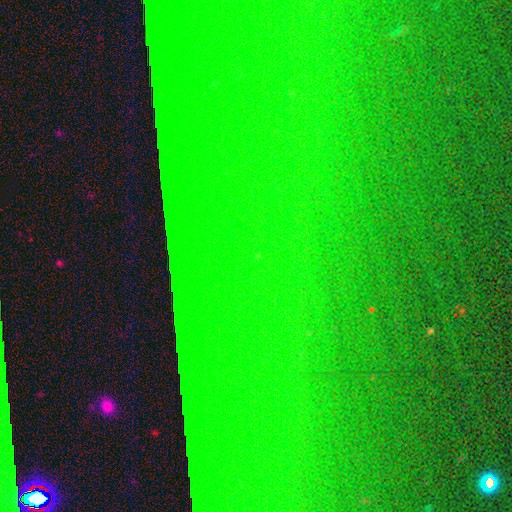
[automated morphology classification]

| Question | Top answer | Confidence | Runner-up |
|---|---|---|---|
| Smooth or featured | star or artifact | 86% | featured or disk (7%) |